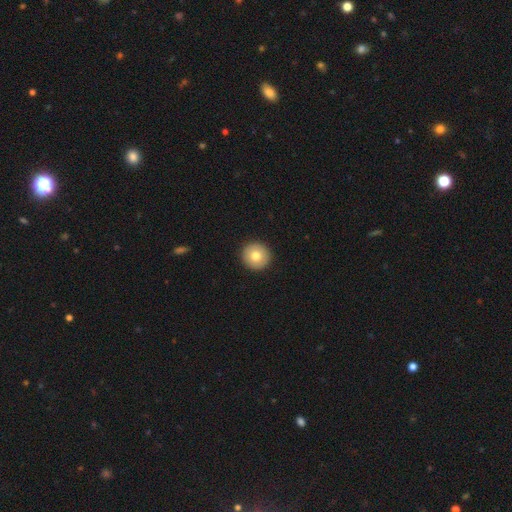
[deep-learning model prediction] A smooth galaxy with no disk features (77%) that is round (96%).

Vote fractions:
- Smooth or featured? smooth: 77% / featured or disk: 16% / star or artifact: 8%
- How rounded? round: 96% / in between: 4% / cigar-shaped: 1%
- Merging? none: 93% / minor disturbance: 4% / major disturbance: 1% / merger: 1%